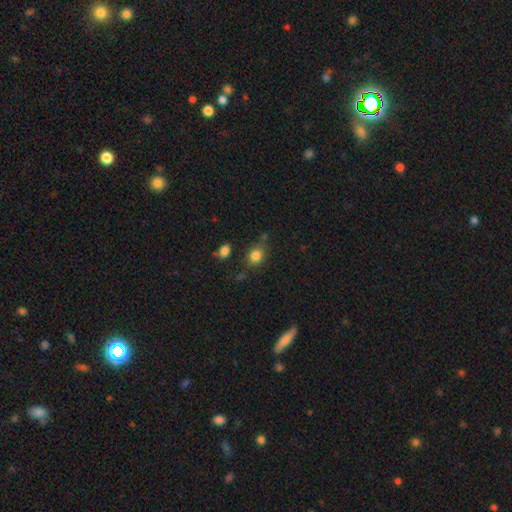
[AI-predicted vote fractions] Smooth or featured?
  - smooth: 83% *
  - star or artifact: 11%
  - featured or disk: 5%
How rounded?
  - round: 58% *
  - in between: 41%
  - cigar-shaped: 1%
Merging?
  - none: 75% *
  - minor disturbance: 15%
  - merger: 6%
  - major disturbance: 5%